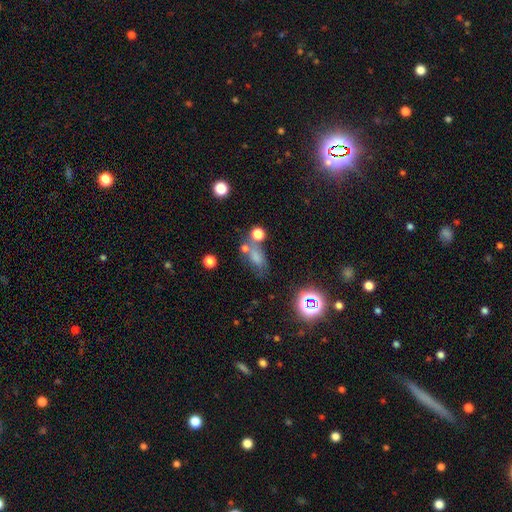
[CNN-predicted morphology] Smooth or featured?
  - smooth: 63% *
  - star or artifact: 22%
  - featured or disk: 15%
How rounded?
  - in between: 73% *
  - round: 17%
  - cigar-shaped: 10%
Merging?
  - none: 47% *
  - merger: 22%
  - minor disturbance: 19%
  - major disturbance: 12%